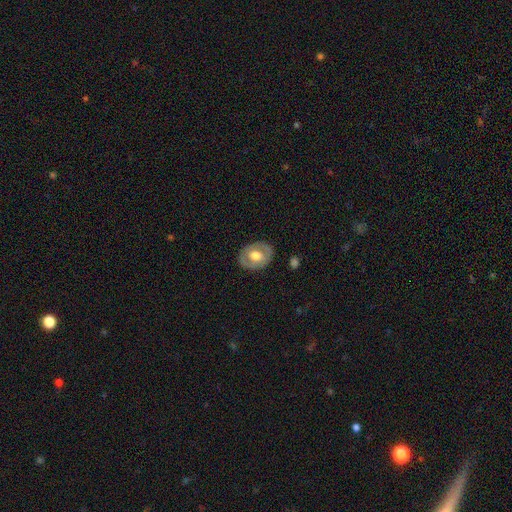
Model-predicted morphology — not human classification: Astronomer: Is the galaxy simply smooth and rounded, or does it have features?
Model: featured or disk — 51% (runner-up: smooth, 44%).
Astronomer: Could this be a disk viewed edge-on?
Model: no — 93%.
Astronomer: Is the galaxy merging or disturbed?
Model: none — 82%.